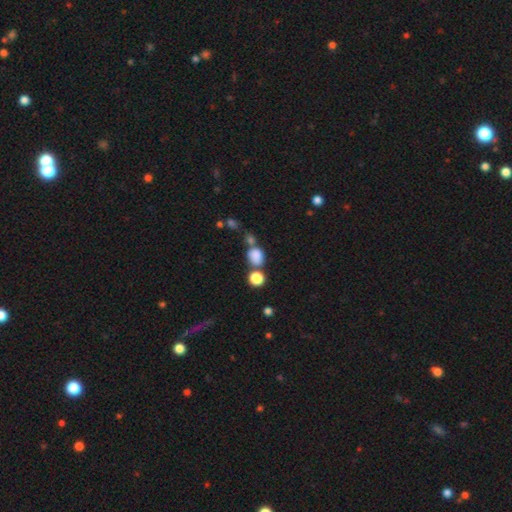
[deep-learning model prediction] smooth 80%, star or artifact 13%, featured or disk 8%. Down the decision tree: how rounded — round (52%); merging — none (46%).